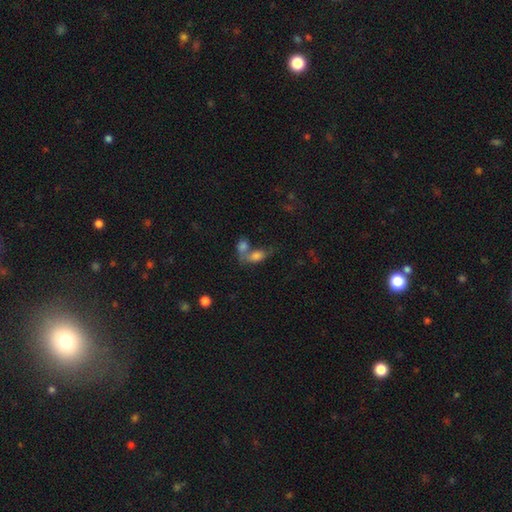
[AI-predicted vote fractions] Morphology: type=smooth (73%); roundness=in between (84%); merging=merger (59%).